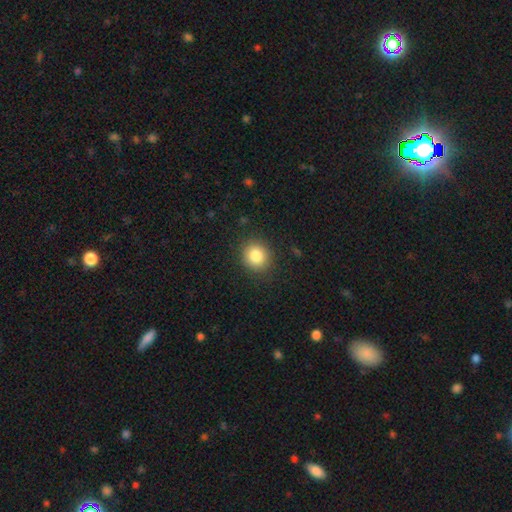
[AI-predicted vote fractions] This is clearly a smooth galaxy (84%). How rounded: clearly round (83%). Merging: clearly none (88%).